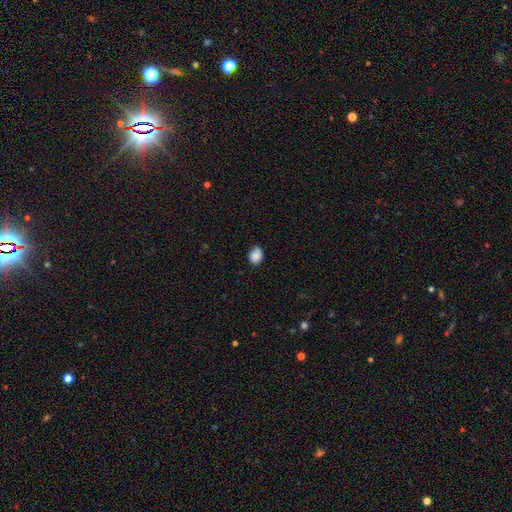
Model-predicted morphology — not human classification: Smooth or featured?
  - smooth: 85% *
  - star or artifact: 9%
  - featured or disk: 6%
How rounded?
  - in between: 59% *
  - round: 40%
  - cigar-shaped: 1%
Merging?
  - none: 69% *
  - minor disturbance: 24%
  - major disturbance: 4%
  - merger: 2%